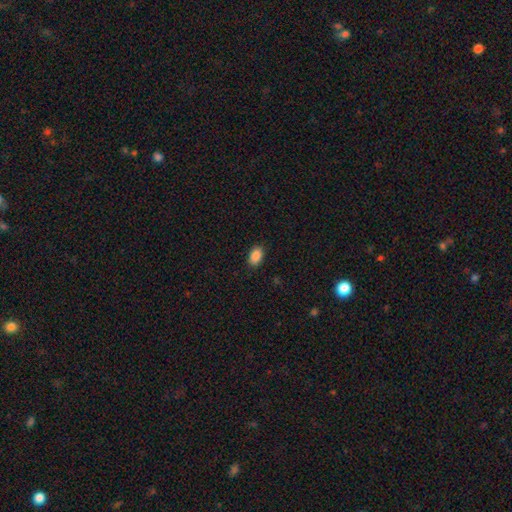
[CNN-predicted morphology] This appears to be a smooth galaxy with no disk features (89%) that is in between round and cigar-shaped (91%). Merging: none (89%).